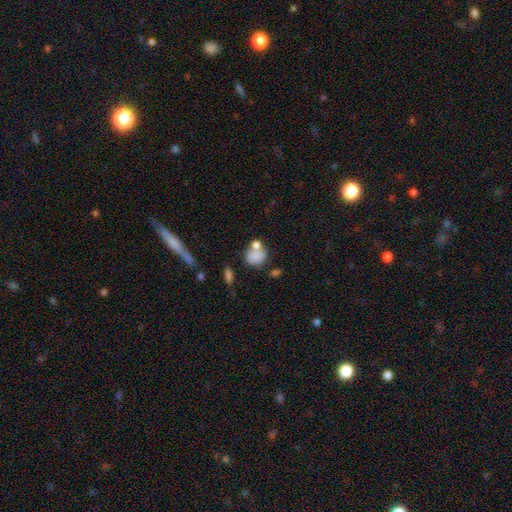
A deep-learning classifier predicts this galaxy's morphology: Smooth or featured? Predicted: smooth (p=0.80). How rounded? Predicted: round (p=0.65). Merging? Predicted: none (p=0.46).